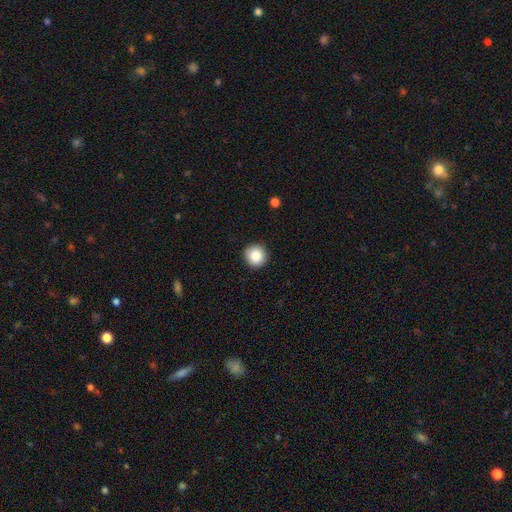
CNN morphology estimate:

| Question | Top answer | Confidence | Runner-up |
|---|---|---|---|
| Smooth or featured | smooth | 87% | star or artifact (9%) |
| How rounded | round | 95% | in between (4%) |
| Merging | none | 92% | minor disturbance (5%) |